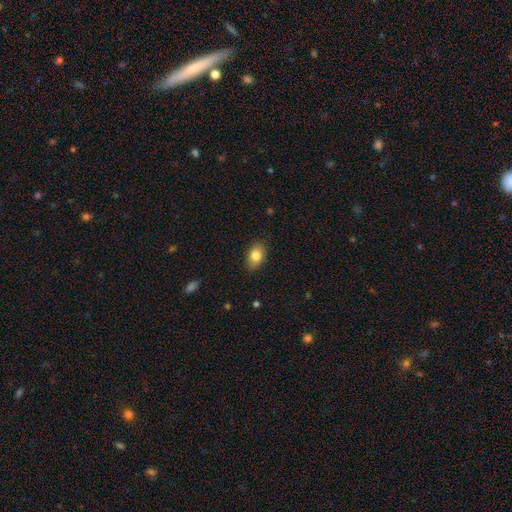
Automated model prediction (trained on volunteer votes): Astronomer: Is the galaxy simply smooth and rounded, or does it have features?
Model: smooth — 82%.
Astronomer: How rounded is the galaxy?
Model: in between — 85%.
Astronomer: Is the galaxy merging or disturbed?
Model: none — 84%.